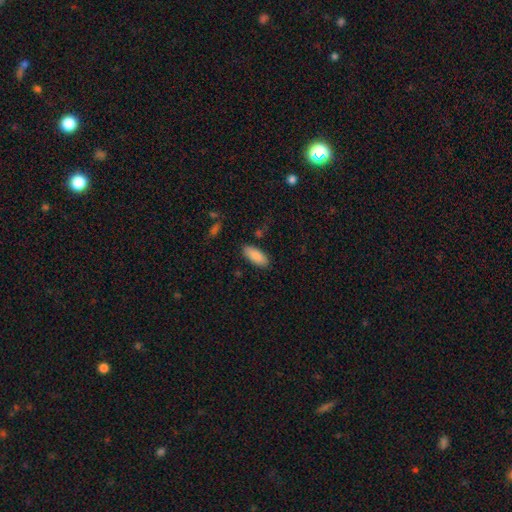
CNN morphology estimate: Smooth or featured? smooth (89%)
How rounded? in between (86%)
Merging? none (85%)